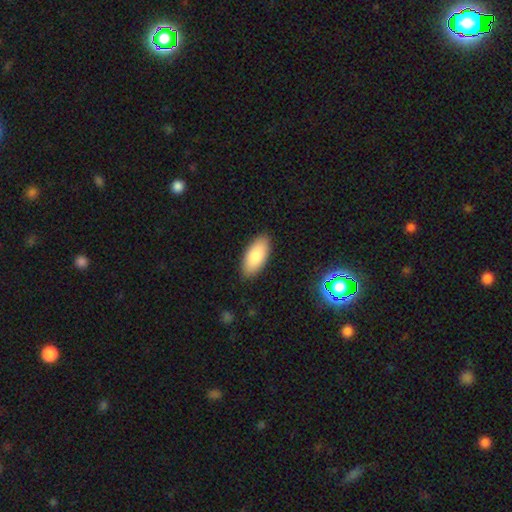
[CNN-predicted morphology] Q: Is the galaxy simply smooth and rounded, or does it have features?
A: smooth — 85%.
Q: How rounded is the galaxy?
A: in between — 90%.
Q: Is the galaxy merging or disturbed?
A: none — 88%.